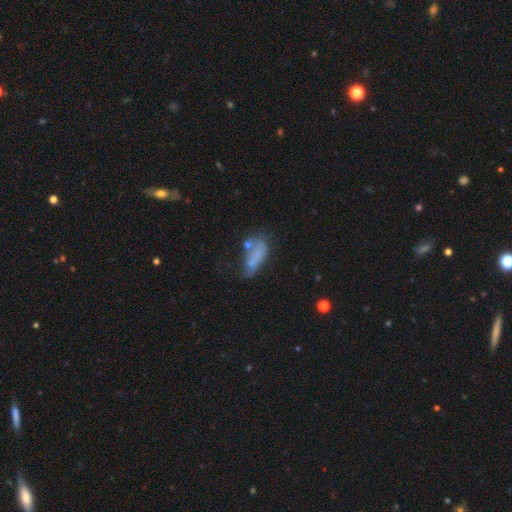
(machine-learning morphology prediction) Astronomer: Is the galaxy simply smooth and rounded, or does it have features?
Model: smooth — 56%.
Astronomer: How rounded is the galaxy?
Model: in between — 72%.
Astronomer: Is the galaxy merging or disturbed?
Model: major disturbance — 30% (runner-up: none, 29%).